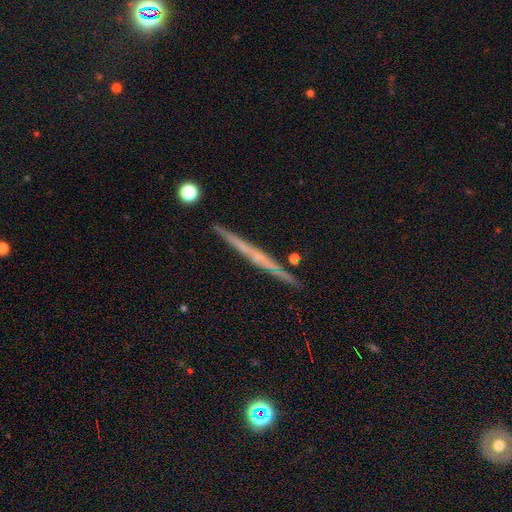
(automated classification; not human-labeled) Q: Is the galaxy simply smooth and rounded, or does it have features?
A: featured or disk — 62%.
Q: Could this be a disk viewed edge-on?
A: yes — 97%.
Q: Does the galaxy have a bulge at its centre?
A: none — 64%.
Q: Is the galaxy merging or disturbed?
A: none — 89%.